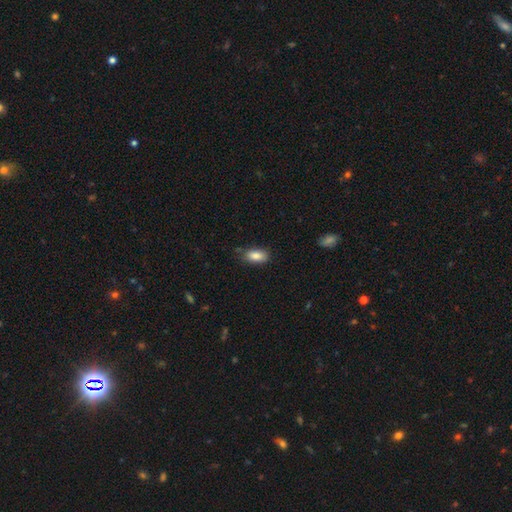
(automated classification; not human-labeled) Morphology: type=smooth (86%); roundness=in between (89%); merging=none (78%).